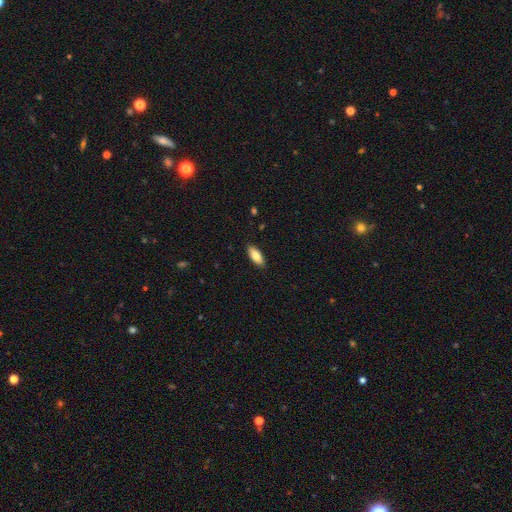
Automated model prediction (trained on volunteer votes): Smooth or featured: smooth — 83% (featured or disk — 11%)
How rounded: in between — 79% (cigar-shaped — 20%)
Merging: none — 89% (minor disturbance — 8%)